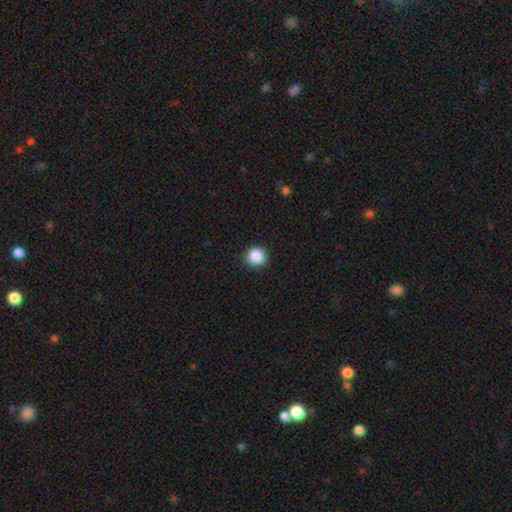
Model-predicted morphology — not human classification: Smooth or featured: smooth — 88% (star or artifact — 10%)
How rounded: round — 94% (in between — 5%)
Merging: none — 92% (minor disturbance — 6%)